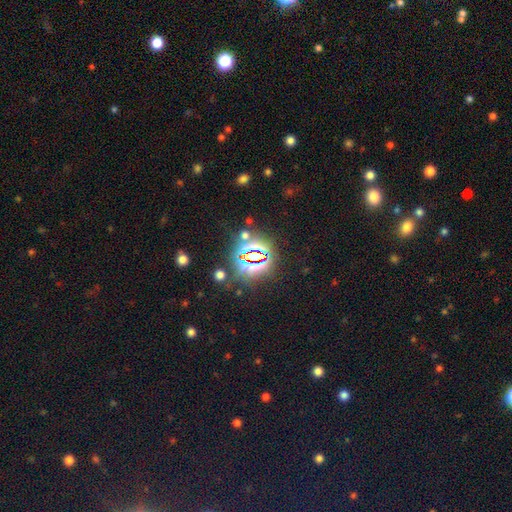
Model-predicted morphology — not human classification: type=star or artifact (80%).